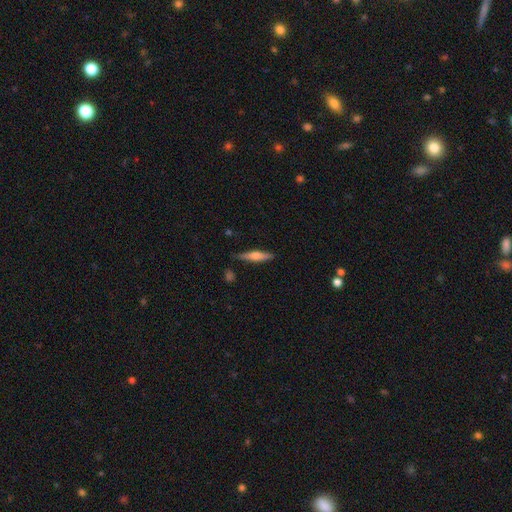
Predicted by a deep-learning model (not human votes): smooth_or_featured: featured or disk (p=0.52) [alt: smooth p=0.42]
disk_edge_on: yes (p=0.96) [alt: no p=0.04]
merging: none (p=0.84) [alt: minor disturbance p=0.12]